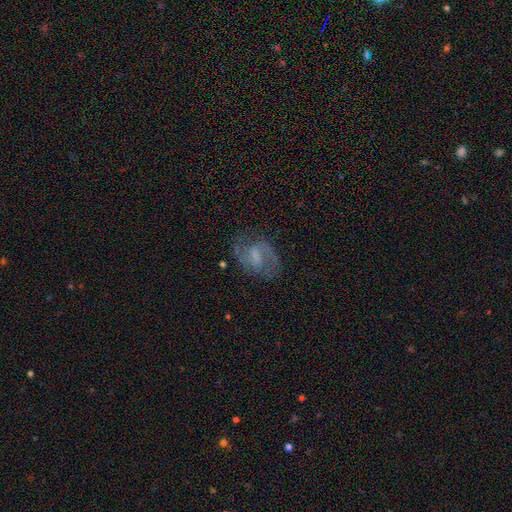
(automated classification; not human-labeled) This is likely a featured or disk galaxy (78%). It is clearly not viewed edge-on (97%). Bar: possibly weak (55%). Spiral arm pattern: clearly yes (93%). Spiral arm count: clearly 2 (86%). Spiral winding: possibly medium (54%). Central bulge: marginally none (41%). Merging: likely none (71%).